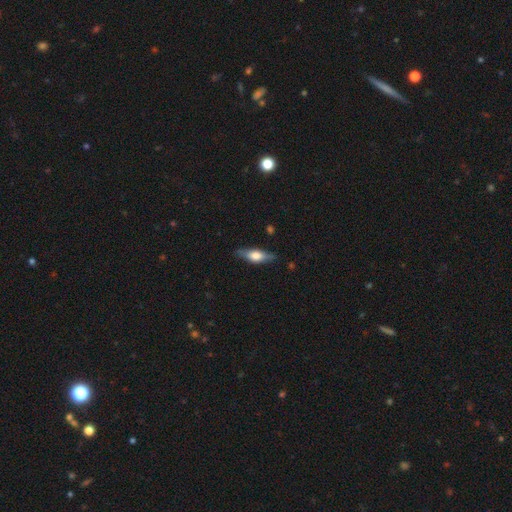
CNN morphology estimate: smooth_or_featured: featured or disk (p=0.50) [alt: smooth p=0.44]
disk_edge_on: yes (p=0.90) [alt: no p=0.10]
merging: none (p=0.83) [alt: minor disturbance p=0.13]